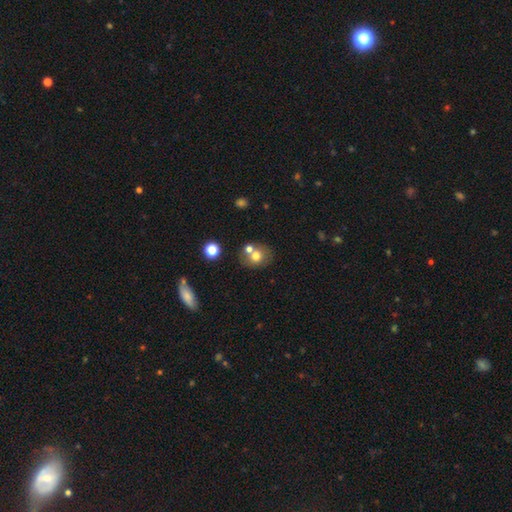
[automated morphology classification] Smooth or featured? smooth (70%)
How rounded? round (70%)
Merging? none (55%)